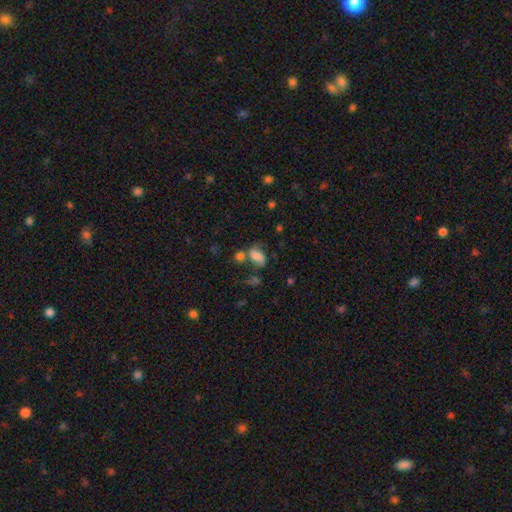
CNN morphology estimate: type=smooth (55%); roundness=in between (79%); merging=none (37%).